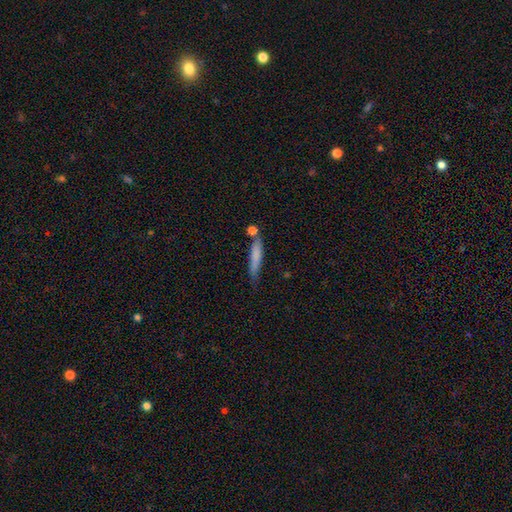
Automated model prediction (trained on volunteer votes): The model was most divided on "merging": none: 57%, minor disturbance: 22%, merger: 15%, major disturbance: 7%. More confident: how rounded — cigar-shaped (87%); smooth or featured — smooth (72%).